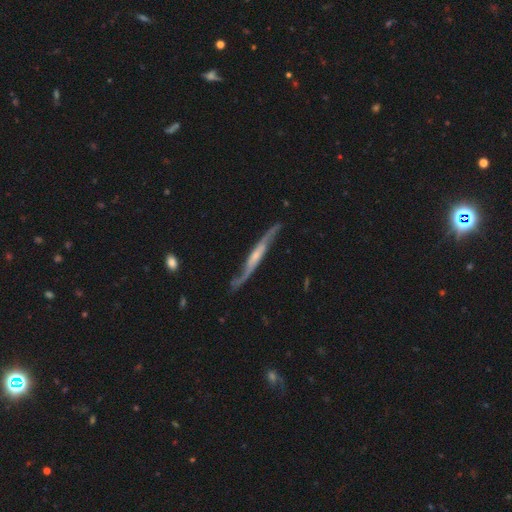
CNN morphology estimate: type=featured or disk (81%); edge-on=yes (63%); edge-on bulge=rounded (43%, tied with none); merging=none (68%).